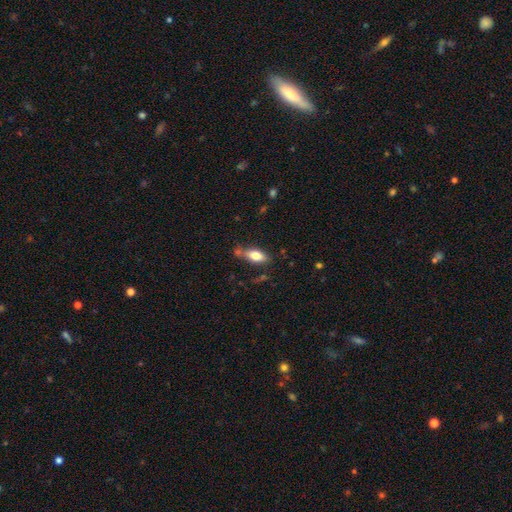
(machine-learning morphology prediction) Q: Smooth or featured?
A: smooth (75%); runner-up: featured or disk (18%)
Q: How rounded?
A: in between (83%); runner-up: cigar-shaped (14%)
Q: Merging?
A: none (66%); runner-up: minor disturbance (18%)